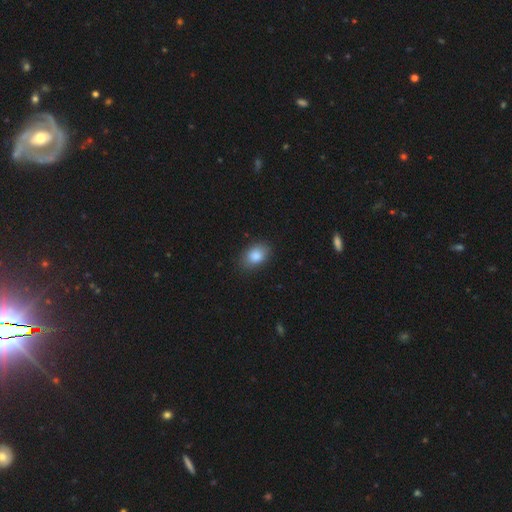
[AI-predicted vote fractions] smooth-or-featured: smooth: 87% | star or artifact: 8% | featured or disk: 6%
  how-rounded: in between: 80% | round: 18% | cigar-shaped: 1%
  merging: none: 81% | minor disturbance: 14% | major disturbance: 3% | merger: 1%